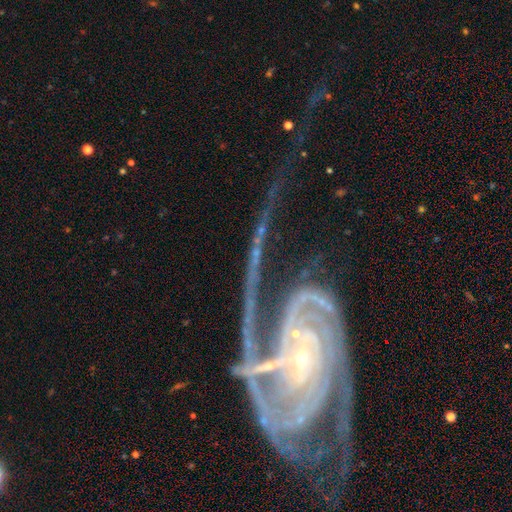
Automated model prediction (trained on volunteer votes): A featured or disk galaxy (83%) with no bar (45%), 2 (45%) tight (40%) spiral arms (94%) and a small central bulge (75%). Merging: none (41%).